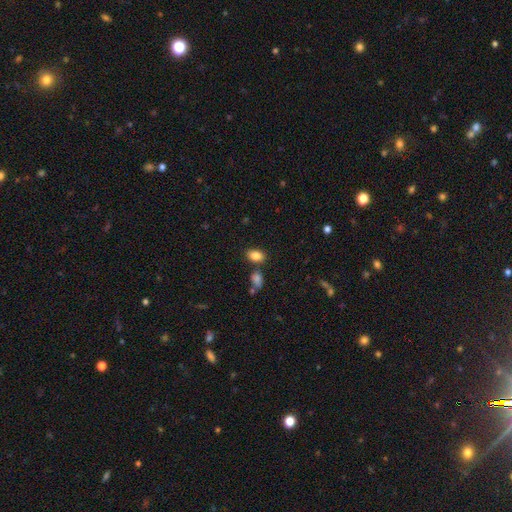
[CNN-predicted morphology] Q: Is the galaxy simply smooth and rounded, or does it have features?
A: smooth — 84%.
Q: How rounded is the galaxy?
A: in between — 84%.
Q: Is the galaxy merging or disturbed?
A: none — 75%.